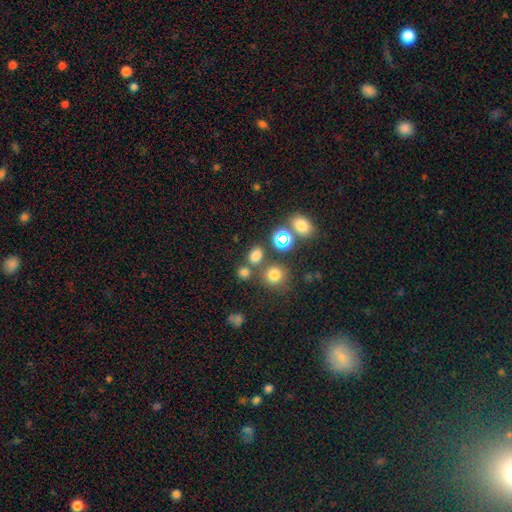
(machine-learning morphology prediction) This is likely a smooth galaxy (71%). How rounded: possibly in between (53%). Merging: likely none (69%).